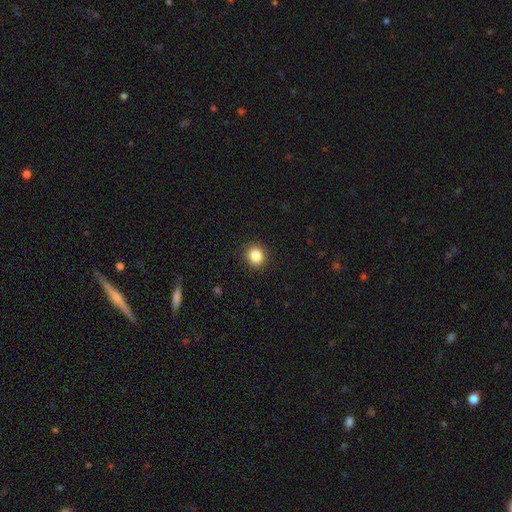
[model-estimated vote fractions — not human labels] Smooth or featured? Predicted: smooth (p=0.85). How rounded? Predicted: round (p=0.82). Merging? Predicted: none (p=0.91).